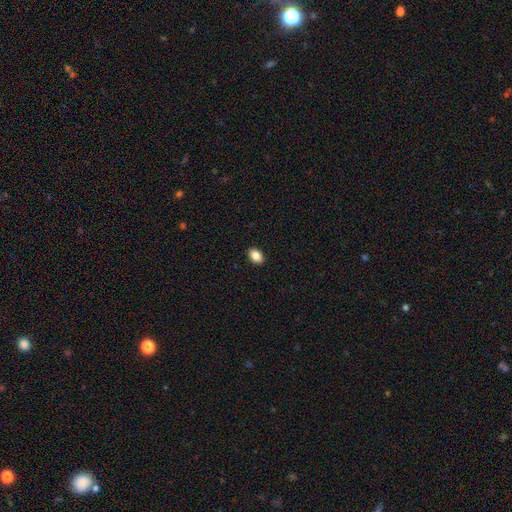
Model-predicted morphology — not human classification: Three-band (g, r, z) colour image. It shows a smooth galaxy with no disk features (87%) that is in between round and cigar-shaped (83%). Merging: none (91%).